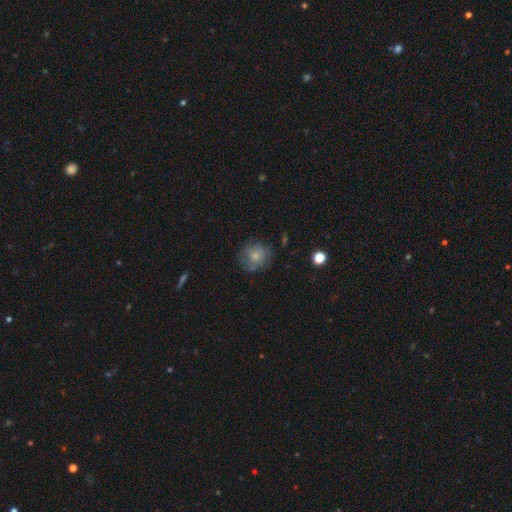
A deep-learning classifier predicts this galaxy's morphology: Smooth or featured? Predicted: smooth (p=0.73). How rounded? Predicted: round (p=0.84). Merging? Predicted: none (p=0.71).